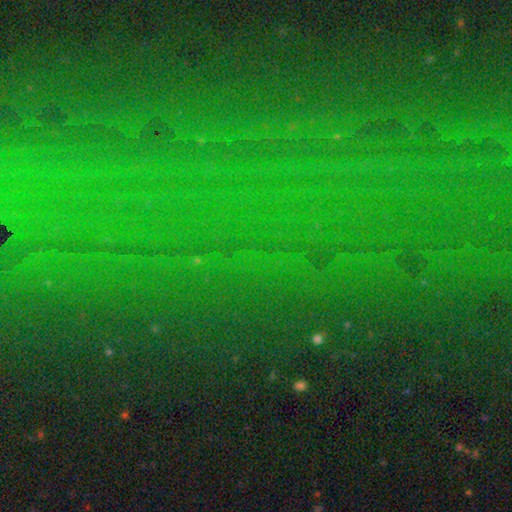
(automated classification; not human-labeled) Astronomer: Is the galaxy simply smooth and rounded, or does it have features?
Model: star or artifact — 82%.